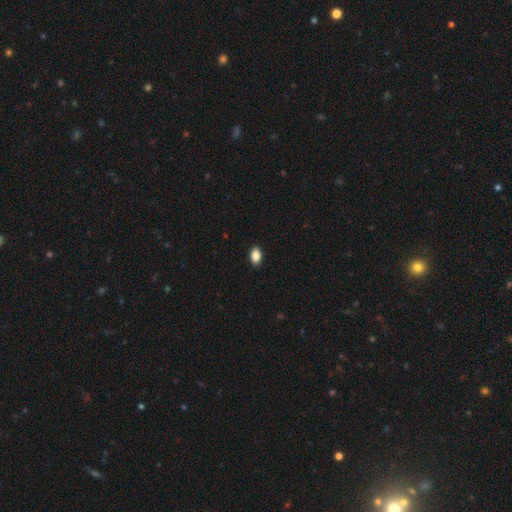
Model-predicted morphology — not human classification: Q: Smooth or featured?
A: smooth (86%); runner-up: star or artifact (8%)
Q: How rounded?
A: in between (87%); runner-up: round (11%)
Q: Merging?
A: none (90%); runner-up: minor disturbance (8%)